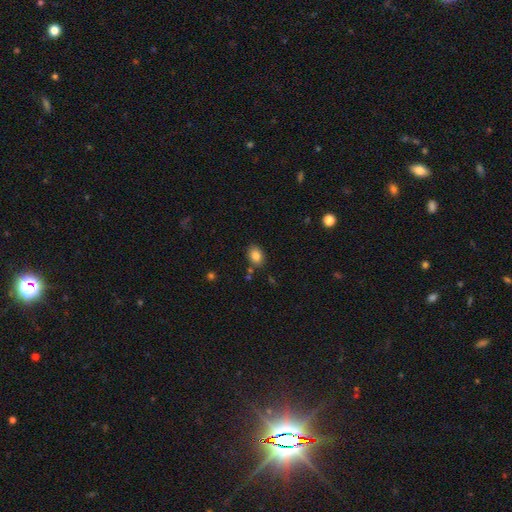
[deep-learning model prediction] Morphology: type=smooth (85%); roundness=in between (69%); merging=none (79%).